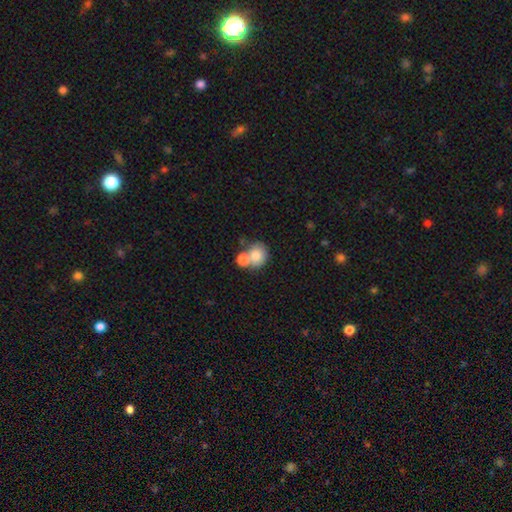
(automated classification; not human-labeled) smooth 79%, featured or disk 13%, star or artifact 8%. Down the decision tree: how rounded — round (74%); merging — merger (48%).